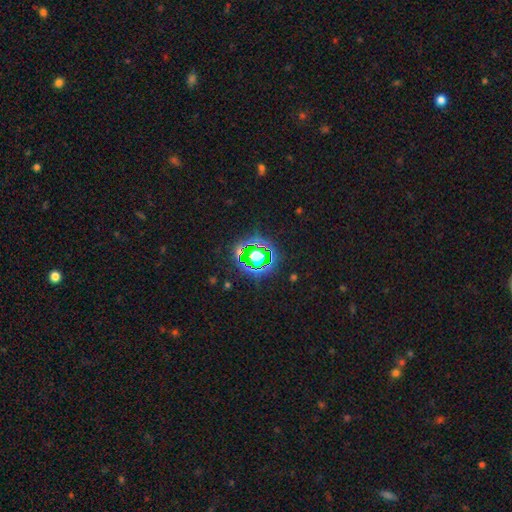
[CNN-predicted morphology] Smooth or featured: star or artifact — 59% (smooth — 27%)